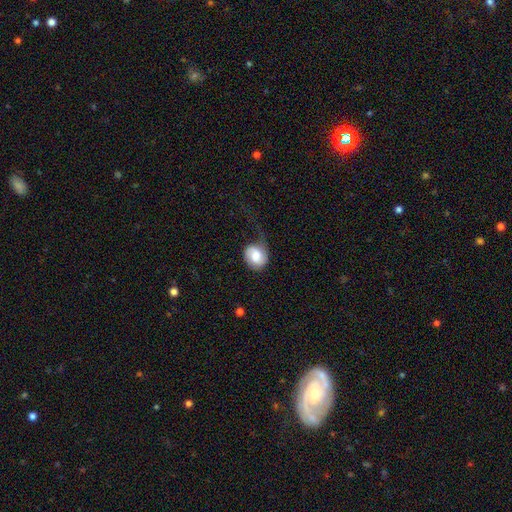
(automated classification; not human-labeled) Q: Smooth or featured?
A: smooth (58%); runner-up: featured or disk (36%)
Q: How rounded?
A: round (61%); runner-up: in between (38%)
Q: Merging?
A: none (35%); runner-up: minor disturbance (32%)